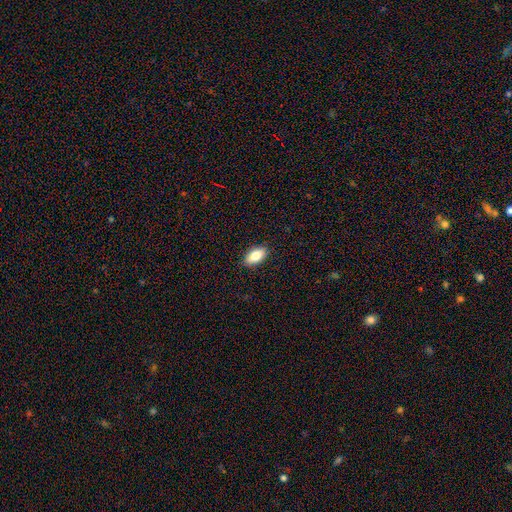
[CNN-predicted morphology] Smooth or featured?
  - smooth: 81% *
  - featured or disk: 12%
  - star or artifact: 7%
How rounded?
  - in between: 91% *
  - round: 4%
  - cigar-shaped: 4%
Merging?
  - none: 89% *
  - minor disturbance: 8%
  - major disturbance: 2%
  - merger: 1%